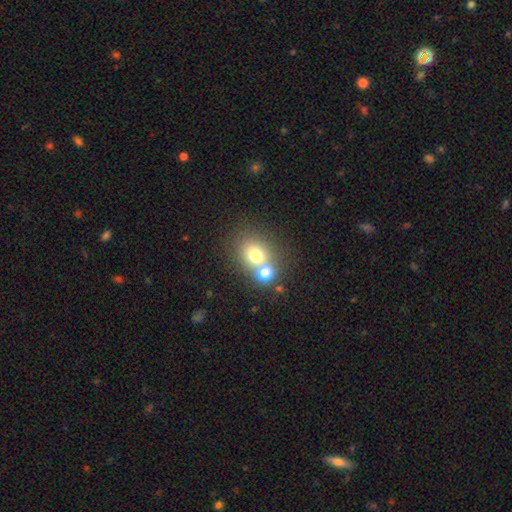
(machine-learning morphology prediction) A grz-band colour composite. It shows a smooth galaxy with no disk features (73%) that is round (68%). Merging: merger (57%).